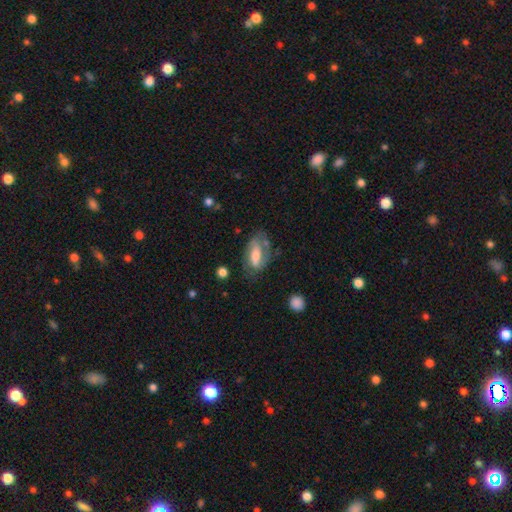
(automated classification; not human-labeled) The model was most divided on "smooth or featured": featured or disk: 54%, smooth: 40%, star or artifact: 7%. More confident: edge-on disk — no (89%); merging — none (59%).